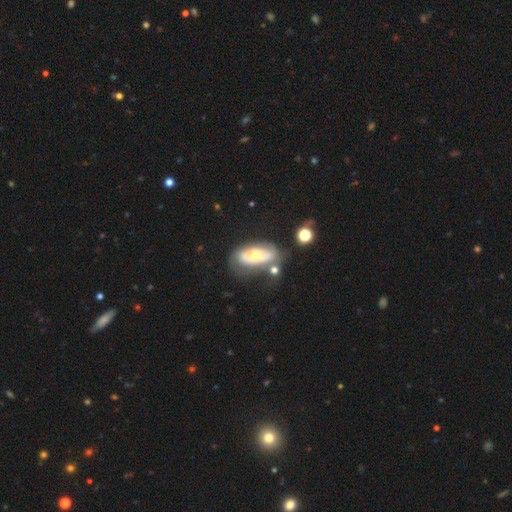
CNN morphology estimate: Q: Smooth or featured?
A: featured or disk (49%); runner-up: smooth (44%)
Q: Merging?
A: none (49%); runner-up: minor disturbance (23%)